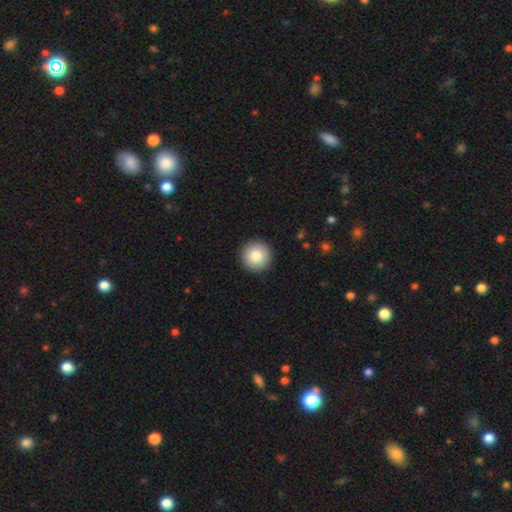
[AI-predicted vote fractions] smooth 85%, star or artifact 7%, featured or disk 7%. Down the decision tree: how rounded — round (96%); merging — none (93%).